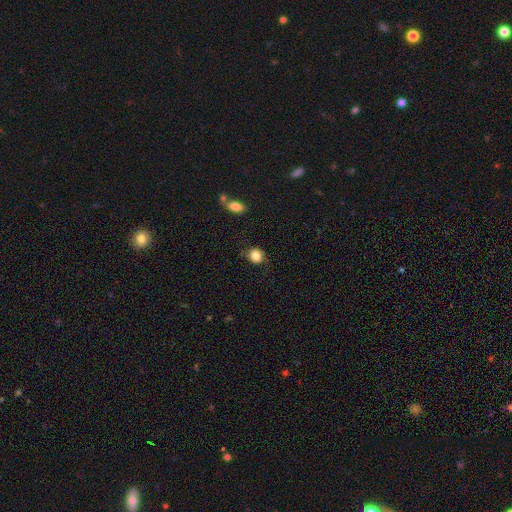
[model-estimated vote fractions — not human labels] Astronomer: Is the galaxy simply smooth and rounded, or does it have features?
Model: smooth — 82%.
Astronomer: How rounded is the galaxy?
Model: round — 78%.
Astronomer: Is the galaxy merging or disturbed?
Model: none — 69%.